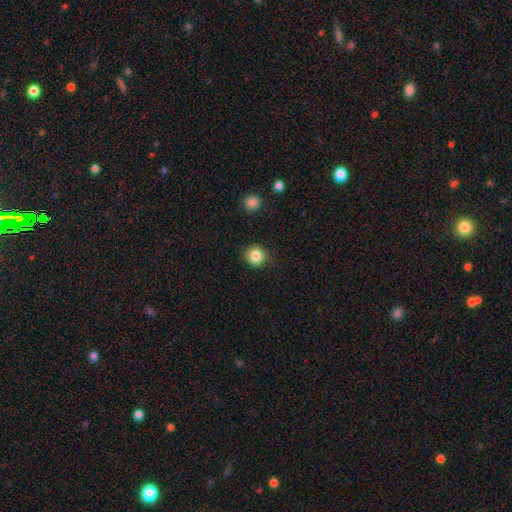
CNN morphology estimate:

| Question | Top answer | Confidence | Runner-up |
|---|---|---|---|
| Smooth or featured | smooth | 84% | star or artifact (10%) |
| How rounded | round | 89% | in between (10%) |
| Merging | none | 85% | minor disturbance (10%) |